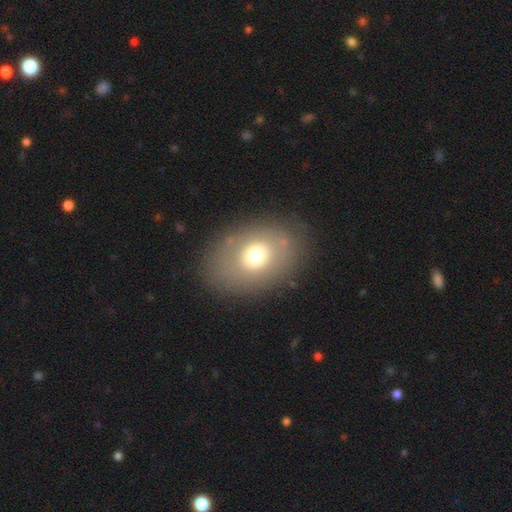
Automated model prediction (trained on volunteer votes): Morphology: type=smooth (64%); roundness=in between (71%); merging=none (82%).